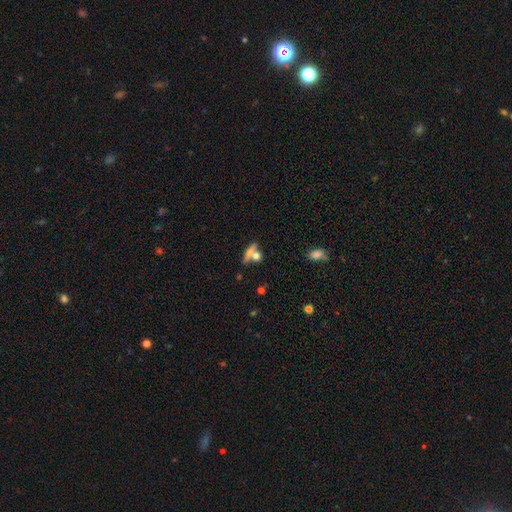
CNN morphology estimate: Q: Smooth or featured?
A: smooth (58%); runner-up: featured or disk (31%)
Q: How rounded?
A: in between (40%); runner-up: round (31%)
Q: Merging?
A: merger (43%); runner-up: none (40%)